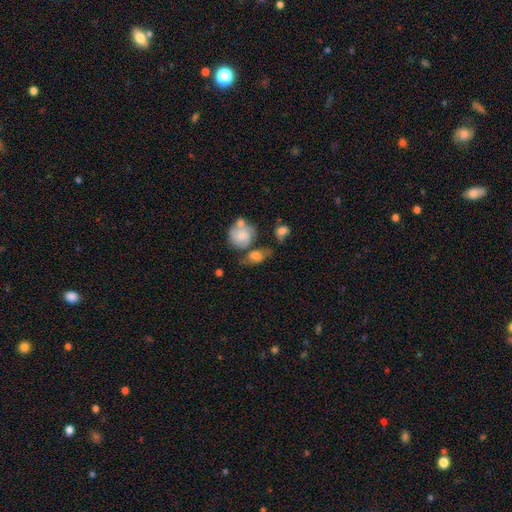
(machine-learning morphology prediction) smooth_or_featured: smooth (p=0.61) [alt: featured or disk p=0.30]
how_rounded: in between (p=0.63) [alt: round p=0.34]
merging: none (p=0.36) [alt: merger p=0.28]